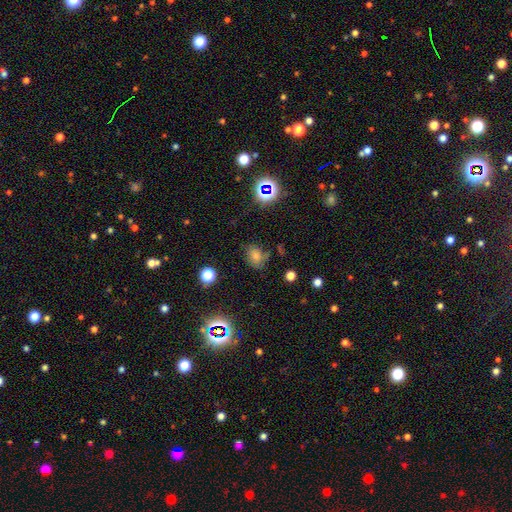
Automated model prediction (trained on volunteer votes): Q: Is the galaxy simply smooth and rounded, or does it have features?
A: smooth — 59%.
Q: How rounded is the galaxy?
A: round — 51%.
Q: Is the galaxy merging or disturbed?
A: none — 68%.